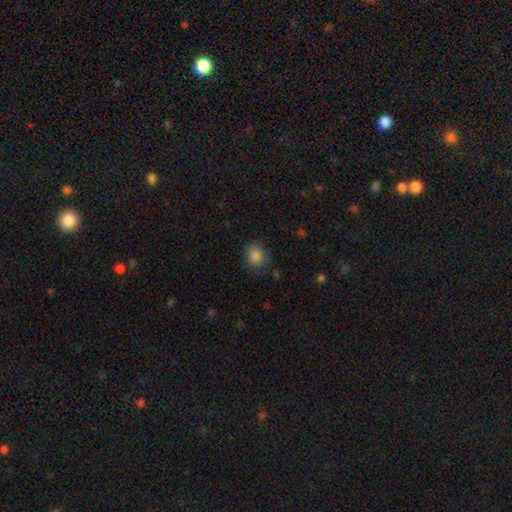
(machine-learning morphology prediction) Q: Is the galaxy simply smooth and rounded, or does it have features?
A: smooth — 86%.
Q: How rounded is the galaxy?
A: round — 56%.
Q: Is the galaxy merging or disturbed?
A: none — 78%.